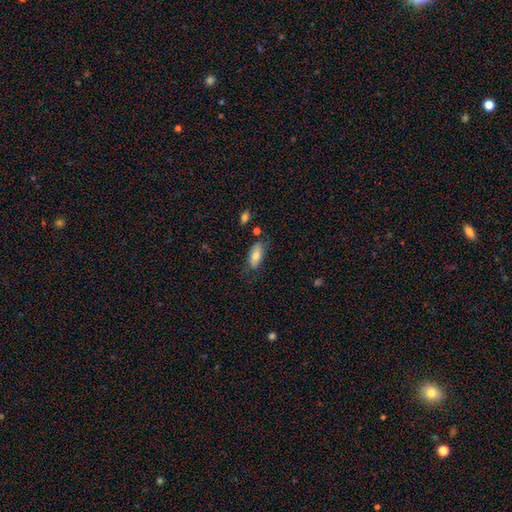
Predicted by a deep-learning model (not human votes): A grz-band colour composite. It shows a smooth galaxy with no disk features (76%) that is in between round and cigar-shaped (86%). Merging: none (69%).